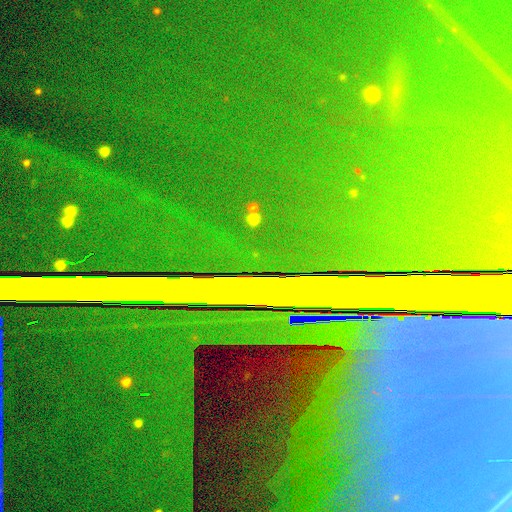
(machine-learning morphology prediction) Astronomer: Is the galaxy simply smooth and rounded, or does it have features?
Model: star or artifact — 87%.